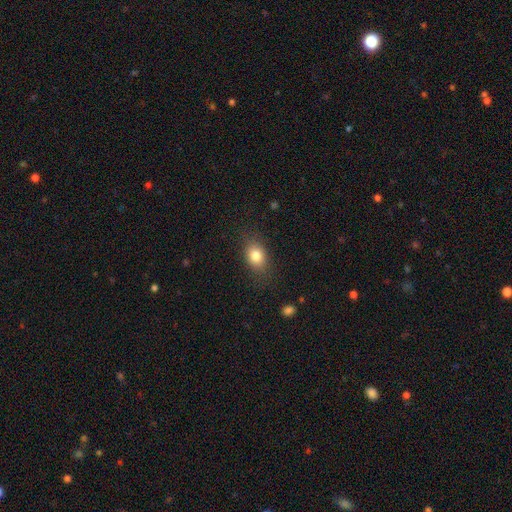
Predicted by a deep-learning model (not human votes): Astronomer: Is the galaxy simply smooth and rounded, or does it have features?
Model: smooth — 81%.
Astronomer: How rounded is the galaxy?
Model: in between — 66%.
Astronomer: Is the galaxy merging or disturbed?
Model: none — 79%.